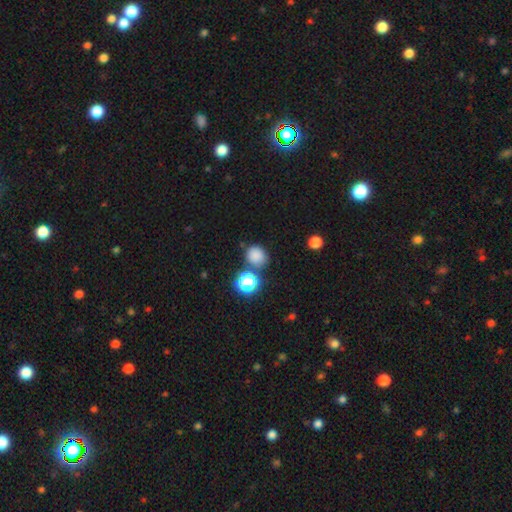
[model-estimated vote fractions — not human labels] A smooth galaxy with no disk features (79%) that is round (75%).

Vote fractions:
- Smooth or featured? smooth: 79% / star or artifact: 16% / featured or disk: 5%
- How rounded? round: 75% / in between: 24% / cigar-shaped: 1%
- Merging? none: 73% / minor disturbance: 12% / merger: 10% / major disturbance: 4%